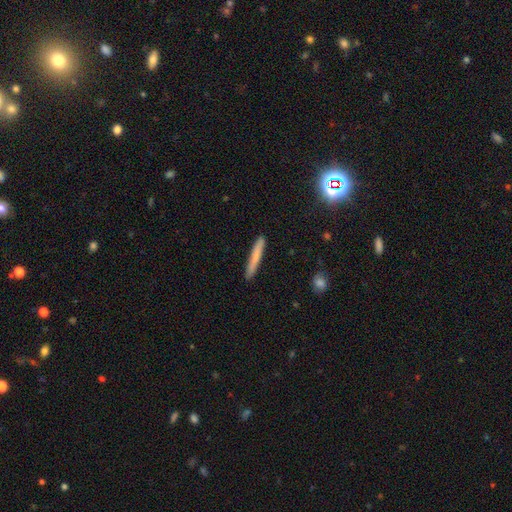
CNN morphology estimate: Q: Smooth or featured?
A: smooth (72%); runner-up: featured or disk (21%)
Q: How rounded?
A: cigar-shaped (96%); runner-up: in between (3%)
Q: Merging?
A: none (90%); runner-up: minor disturbance (7%)